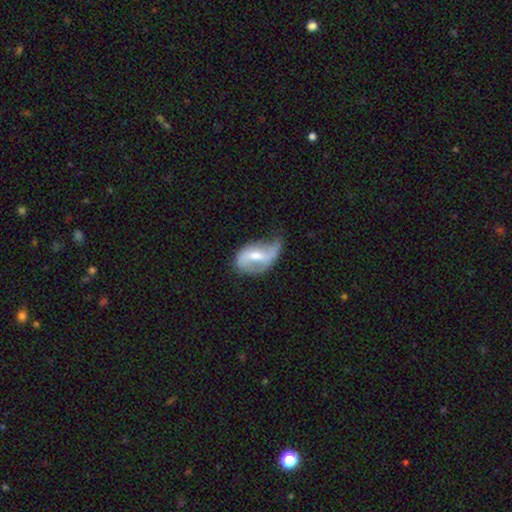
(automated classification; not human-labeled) Smooth or featured: featured or disk — 69% (smooth — 25%)
Edge-on disk: no — 95% (yes — 5%)
Bar: weak — 43% (strong — 35%)
Spiral arms: yes — 81% (no — 19%)
Spiral winding: loose — 67% (medium — 24%)
Spiral arm count: 2 — 72% (1 — 18%)
Bulge size: moderate — 59% (small — 34%)
Merging: minor disturbance — 39% (none — 35%)